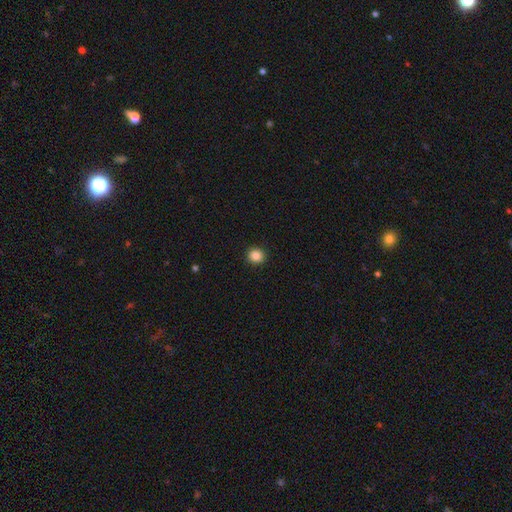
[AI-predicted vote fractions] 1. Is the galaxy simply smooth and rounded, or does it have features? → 86% smooth, 10% star or artifact, 4% featured or disk.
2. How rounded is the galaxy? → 90% round, 9% in between, 1% cigar-shaped.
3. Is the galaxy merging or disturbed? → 93% none, 4% minor disturbance, 1% major disturbance, 1% merger.